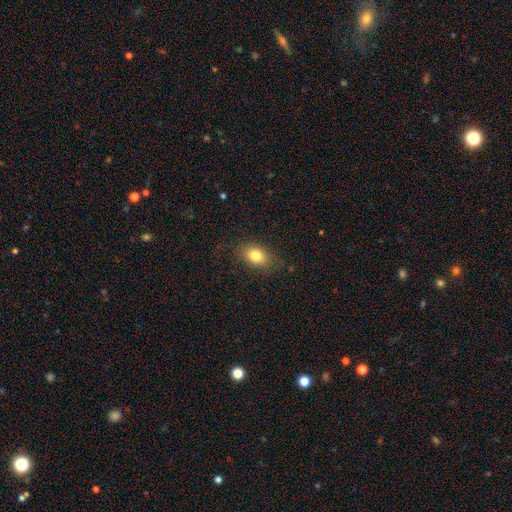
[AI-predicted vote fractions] smooth 80%, featured or disk 10%, star or artifact 10%. Down the decision tree: how rounded — in between (75%); merging — none (79%).